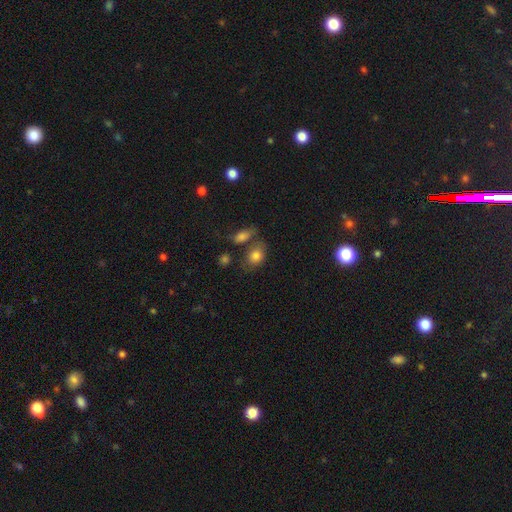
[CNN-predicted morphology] type=smooth (80%); roundness=in between (66%); merging=none (52%).